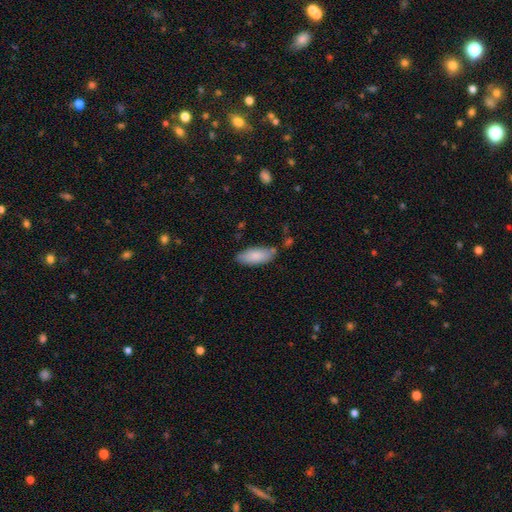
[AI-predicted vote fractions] Q: Smooth or featured?
A: smooth (84%); runner-up: featured or disk (10%)
Q: How rounded?
A: in between (82%); runner-up: cigar-shaped (16%)
Q: Merging?
A: none (75%); runner-up: minor disturbance (17%)